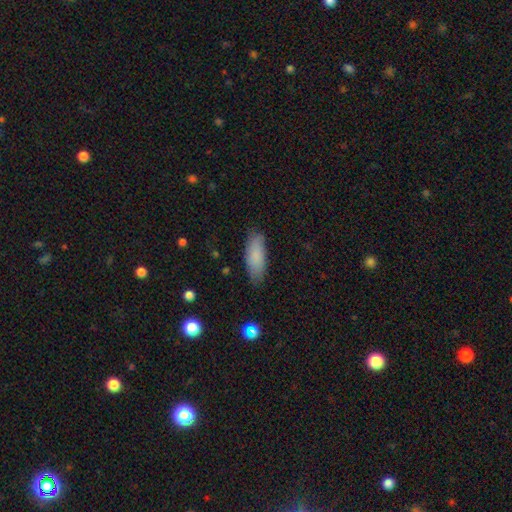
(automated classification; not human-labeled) Smooth or featured?
  - smooth: 86% *
  - featured or disk: 8%
  - star or artifact: 6%
How rounded?
  - in between: 69% *
  - cigar-shaped: 30%
  - round: 2%
Merging?
  - none: 82% *
  - minor disturbance: 14%
  - major disturbance: 3%
  - merger: 1%